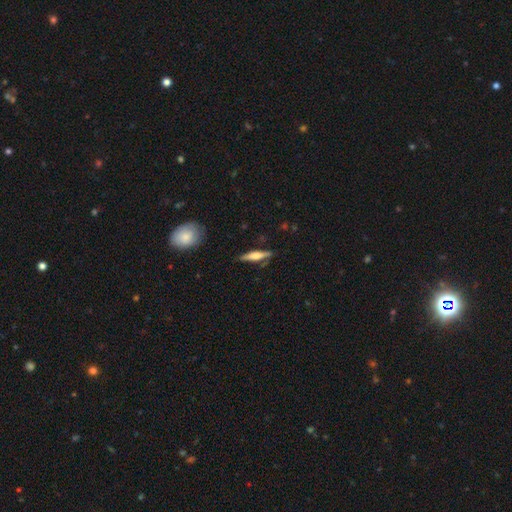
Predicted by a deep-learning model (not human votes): Overall: featured or disk (48%; smooth 46%). Merging: none (83%).